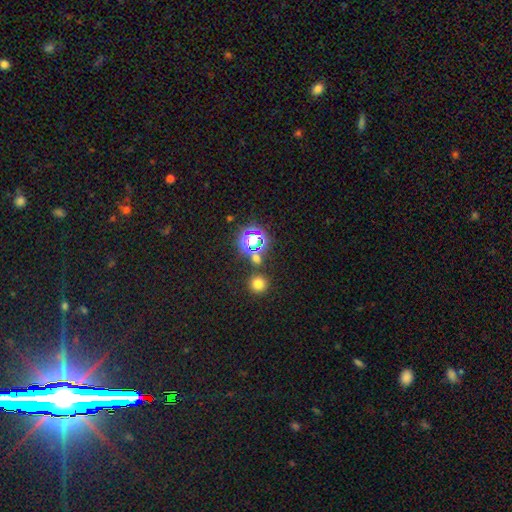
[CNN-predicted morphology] smooth_or_featured: star or artifact (p=0.49) [alt: smooth p=0.44]